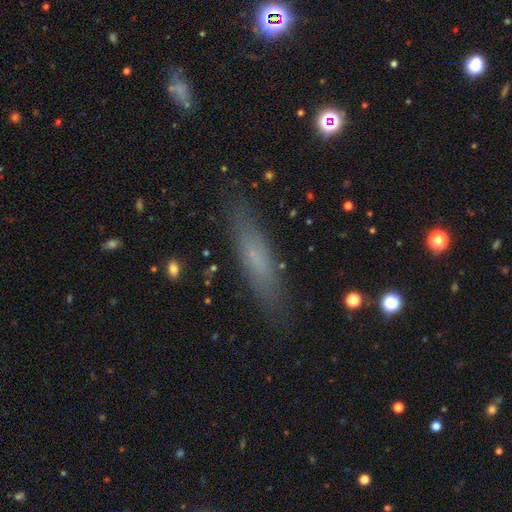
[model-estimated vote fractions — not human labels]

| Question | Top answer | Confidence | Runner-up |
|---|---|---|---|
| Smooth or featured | smooth | 56% | featured or disk (32%) |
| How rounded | cigar-shaped | 78% | in between (20%) |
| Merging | none | 86% | minor disturbance (10%) |